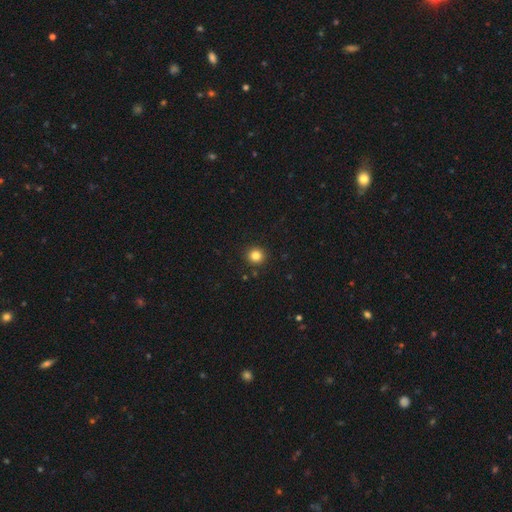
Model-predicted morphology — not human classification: Smooth or featured? smooth (83%)
How rounded? round (94%)
Merging? none (92%)